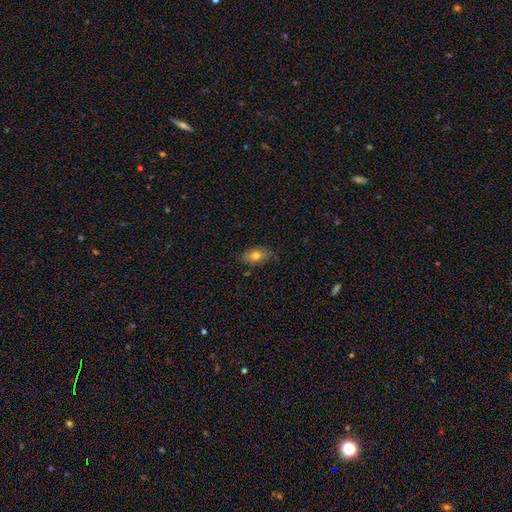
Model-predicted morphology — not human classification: Smooth or featured? smooth (77%)
How rounded? in between (87%)
Merging? none (75%)